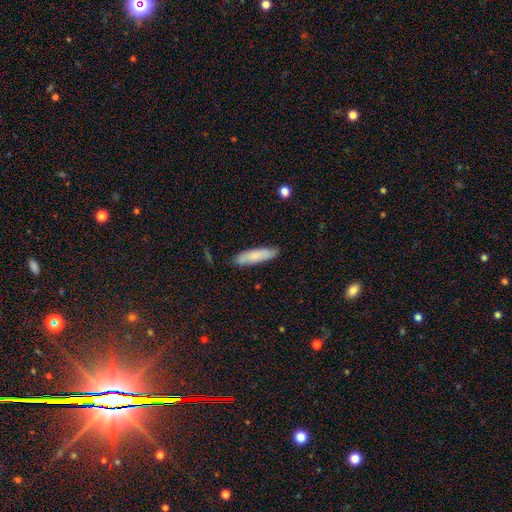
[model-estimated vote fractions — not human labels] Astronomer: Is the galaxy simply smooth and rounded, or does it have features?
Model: smooth — 79%.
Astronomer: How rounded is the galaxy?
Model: cigar-shaped — 71%.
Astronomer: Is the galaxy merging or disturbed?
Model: none — 84%.